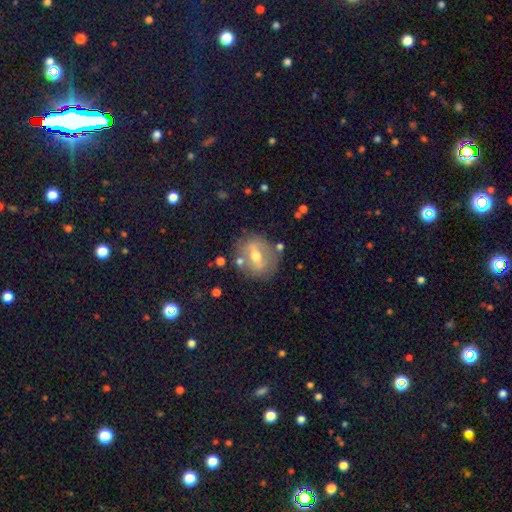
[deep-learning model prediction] Smooth or featured?
  - featured or disk: 60% *
  - smooth: 31%
  - star or artifact: 9%
Edge-on disk?
  - no: 81% *
  - yes: 19%
Merging?
  - none: 75% *
  - minor disturbance: 15%
  - major disturbance: 6%
  - merger: 5%